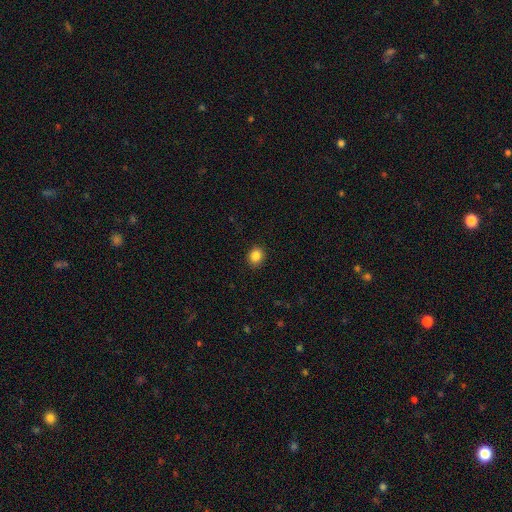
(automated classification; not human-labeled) A smooth galaxy with no disk features (86%) that is round (73%). Merging: none (90%).